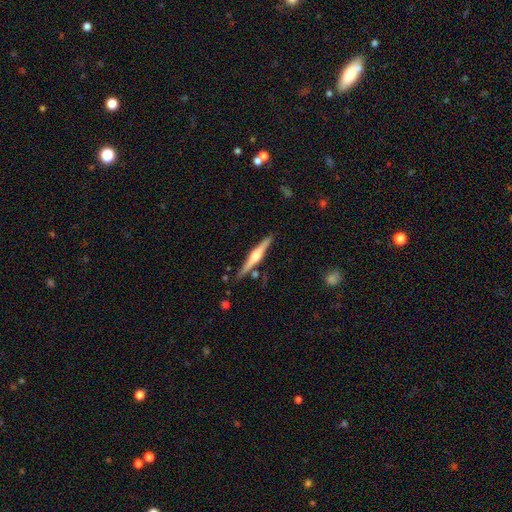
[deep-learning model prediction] This is likely a featured or disk galaxy (70%). It is clearly viewed edge-on (98%). Edge-on bulge: clearly rounded (83%). Merging: clearly none (86%).